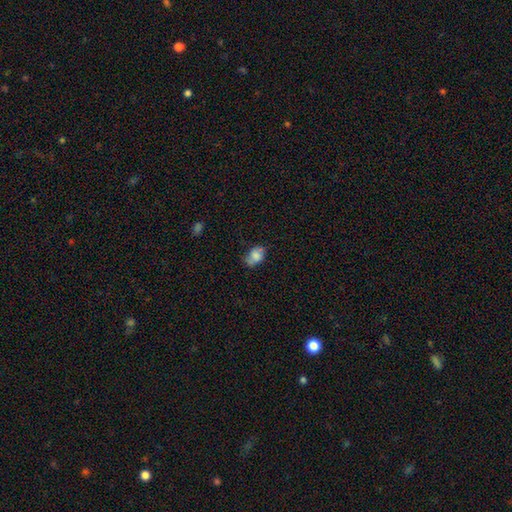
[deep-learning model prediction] Smooth or featured? Predicted: smooth (p=0.68). How rounded? Predicted: in between (p=0.77). Merging? Predicted: none (p=0.52).